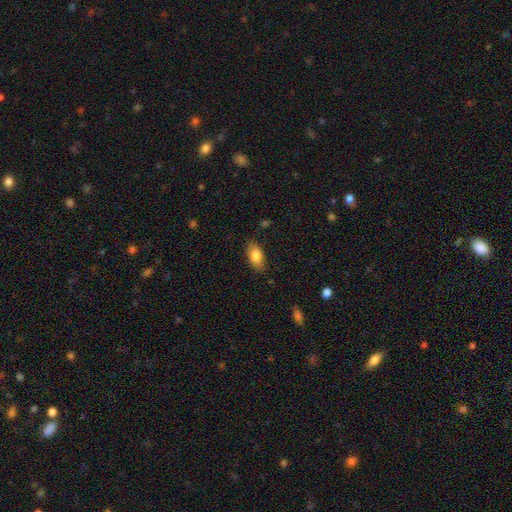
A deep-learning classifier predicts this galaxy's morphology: Overall: smooth (82%). How rounded: in between (90%). Merging: none (83%).